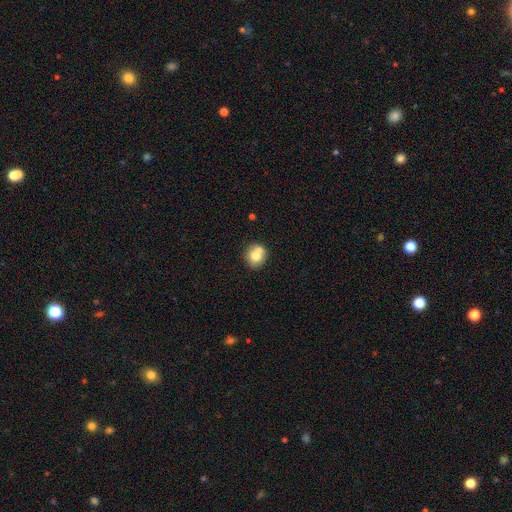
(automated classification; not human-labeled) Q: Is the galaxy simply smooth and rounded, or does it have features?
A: smooth — 72%.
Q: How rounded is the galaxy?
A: round — 82%.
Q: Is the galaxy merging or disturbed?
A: none — 56%.